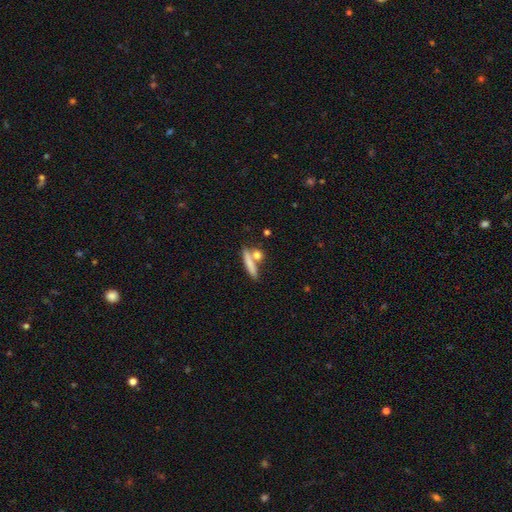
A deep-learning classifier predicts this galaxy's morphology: Q: Smooth or featured?
A: smooth (75%); runner-up: featured or disk (16%)
Q: How rounded?
A: cigar-shaped (51%); runner-up: round (27%)
Q: Merging?
A: none (60%); runner-up: merger (26%)